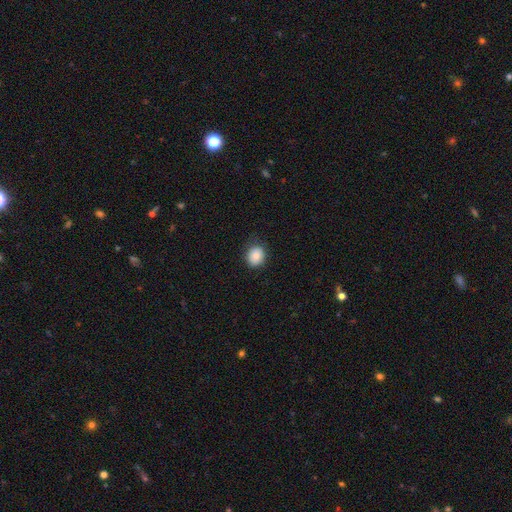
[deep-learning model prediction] smooth-or-featured: smooth: 86% | star or artifact: 9% | featured or disk: 6%
  how-rounded: round: 73% | in between: 27% | cigar-shaped: 1%
  merging: none: 82% | minor disturbance: 14% | major disturbance: 3% | merger: 1%